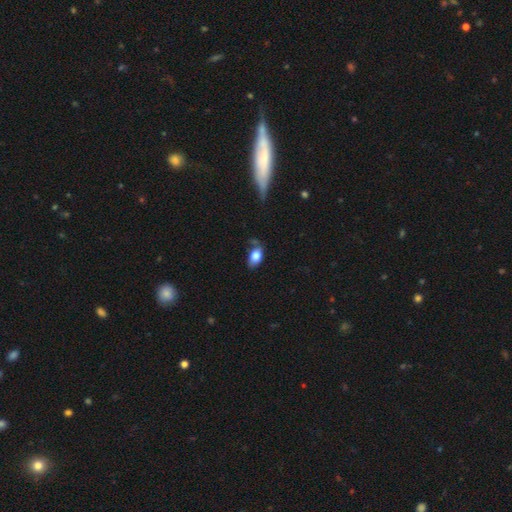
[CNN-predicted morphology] Smooth or featured? smooth (82%)
How rounded? in between (89%)
Merging? none (51%)